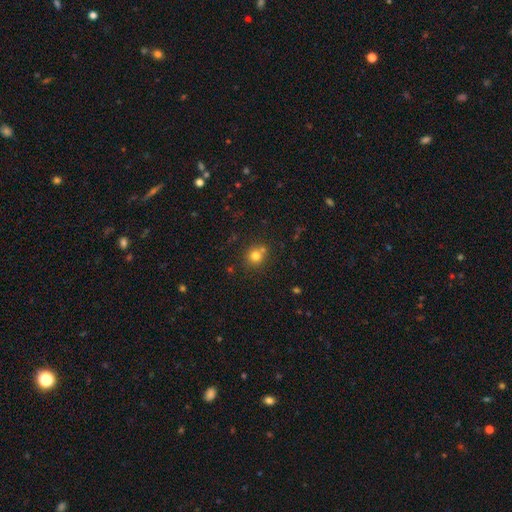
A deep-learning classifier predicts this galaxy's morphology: Smooth or featured? smooth (77%)
How rounded? round (88%)
Merging? none (68%)